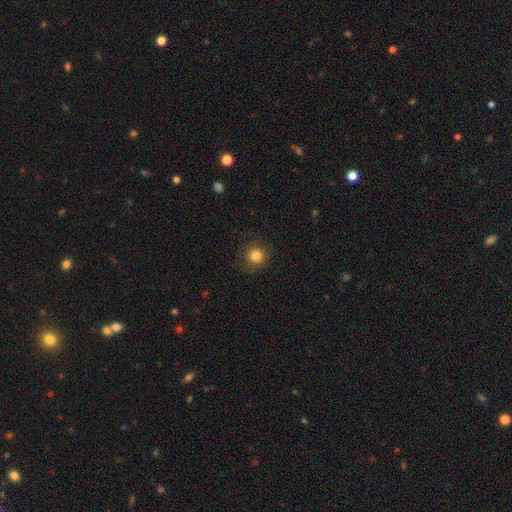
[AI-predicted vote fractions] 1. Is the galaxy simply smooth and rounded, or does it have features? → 83% smooth, 11% star or artifact, 5% featured or disk.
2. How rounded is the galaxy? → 93% round, 6% in between, 1% cigar-shaped.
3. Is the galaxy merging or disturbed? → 88% none, 8% minor disturbance, 3% major disturbance, 1% merger.